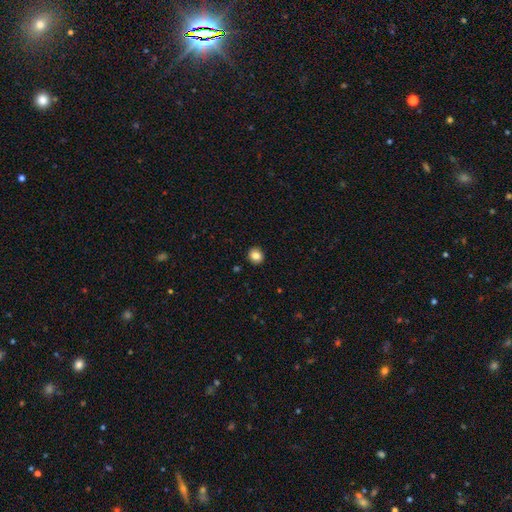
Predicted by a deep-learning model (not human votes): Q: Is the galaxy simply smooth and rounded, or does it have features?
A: smooth — 84%.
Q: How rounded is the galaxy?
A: round — 87%.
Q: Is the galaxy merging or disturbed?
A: none — 92%.